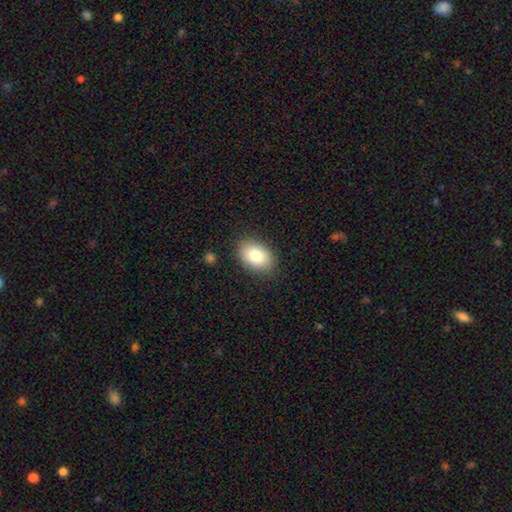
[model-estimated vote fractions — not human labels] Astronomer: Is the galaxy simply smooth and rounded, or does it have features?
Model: smooth — 83%.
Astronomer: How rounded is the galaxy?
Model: in between — 85%.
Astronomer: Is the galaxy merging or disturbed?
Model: none — 86%.